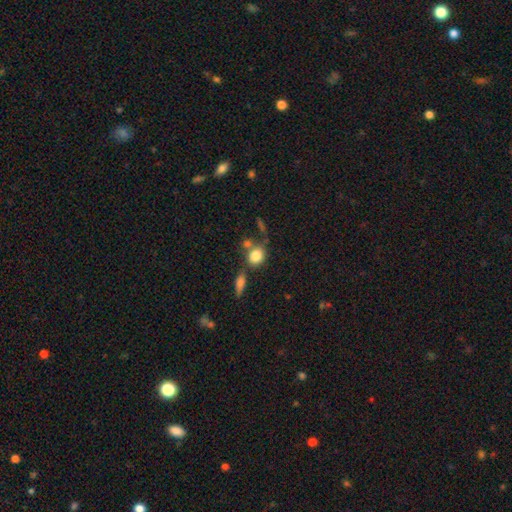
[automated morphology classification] smooth 82%, star or artifact 9%, featured or disk 9%. Down the decision tree: how rounded — round (61%); merging — none (57%).